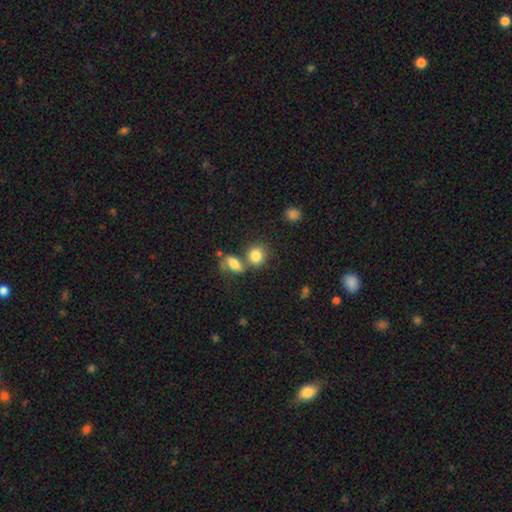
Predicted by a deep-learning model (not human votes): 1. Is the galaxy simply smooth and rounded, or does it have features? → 83% smooth, 9% star or artifact, 8% featured or disk.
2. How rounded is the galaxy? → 65% round, 33% in between, 2% cigar-shaped.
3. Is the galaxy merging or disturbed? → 49% none, 35% merger, 11% minor disturbance, 5% major disturbance.